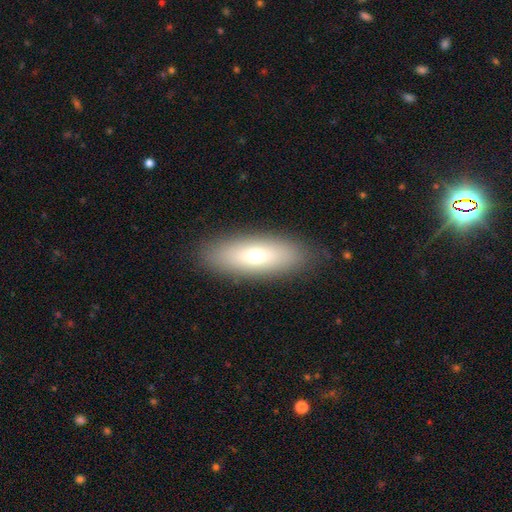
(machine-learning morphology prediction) A smooth galaxy with no disk features (64%) that is in between round and cigar-shaped (62%).

Vote fractions:
- Smooth or featured? smooth: 64% / featured or disk: 28% / star or artifact: 8%
- How rounded? in between: 62% / cigar-shaped: 35% / round: 3%
- Merging? none: 88% / minor disturbance: 8% / major disturbance: 3% / merger: 1%